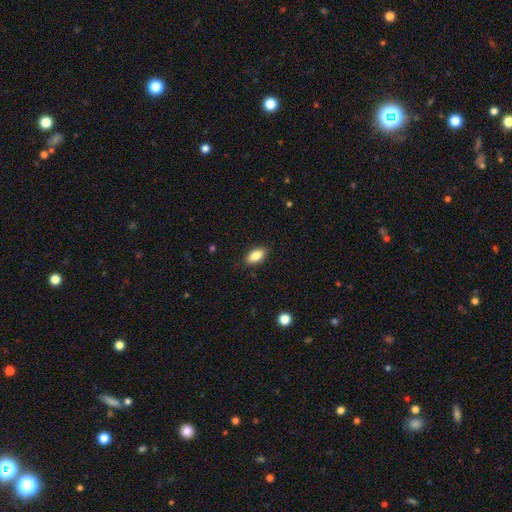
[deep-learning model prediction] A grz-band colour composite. It shows a smooth galaxy with no disk features (84%) that is in between round and cigar-shaped (90%). Merging: none (87%).